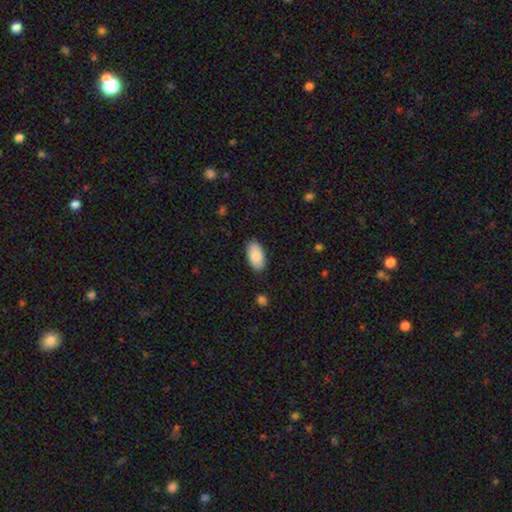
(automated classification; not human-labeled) smooth 89%, star or artifact 6%, featured or disk 5%. Down the decision tree: how rounded — in between (95%); merging — none (88%).